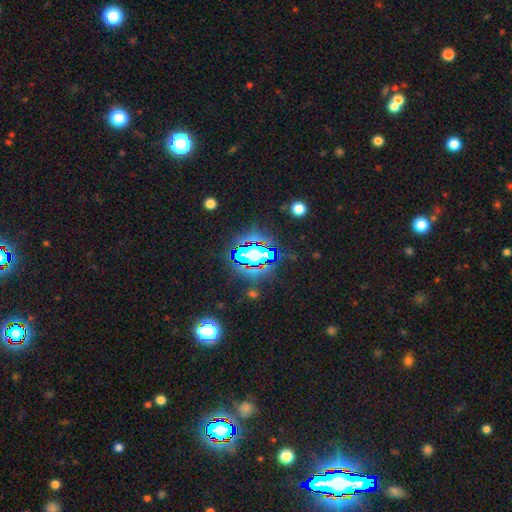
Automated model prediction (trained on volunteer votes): Q: Smooth or featured?
A: star or artifact (76%); runner-up: smooth (14%)